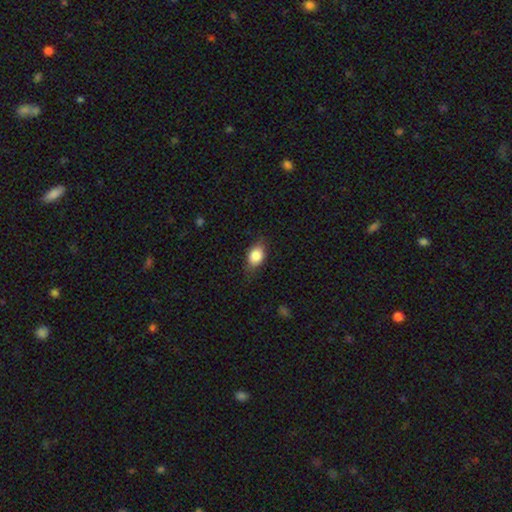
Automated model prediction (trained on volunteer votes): This is clearly a smooth galaxy (82%). How rounded: likely in between (70%). Merging: likely none (72%).